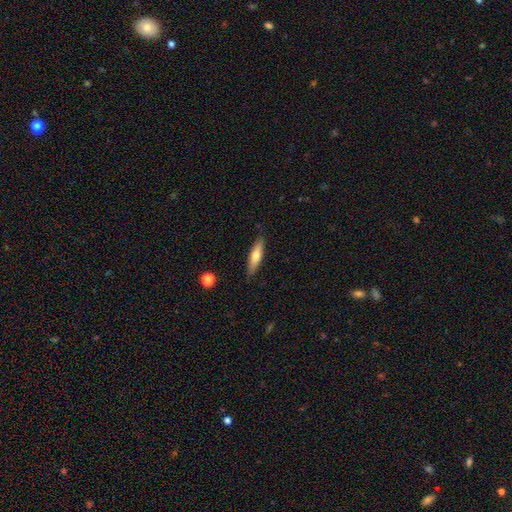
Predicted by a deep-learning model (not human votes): Smooth or featured?
  - smooth: 60% *
  - featured or disk: 34%
  - star or artifact: 6%
How rounded?
  - cigar-shaped: 72% *
  - in between: 26%
  - round: 2%
Merging?
  - none: 85% *
  - minor disturbance: 12%
  - major disturbance: 2%
  - merger: 1%